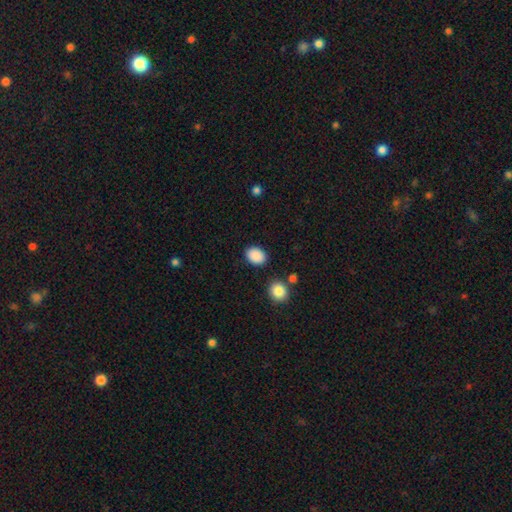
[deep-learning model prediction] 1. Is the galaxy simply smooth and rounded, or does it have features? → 89% smooth, 8% star or artifact, 3% featured or disk.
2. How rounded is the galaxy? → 66% in between, 33% round, 1% cigar-shaped.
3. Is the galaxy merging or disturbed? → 85% none, 9% minor disturbance, 3% merger, 3% major disturbance.